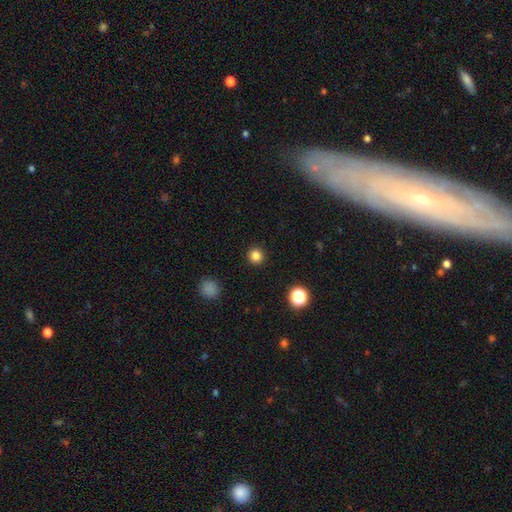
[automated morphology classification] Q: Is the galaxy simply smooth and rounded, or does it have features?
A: smooth — 83%.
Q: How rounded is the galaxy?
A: round — 93%.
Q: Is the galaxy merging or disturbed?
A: none — 92%.